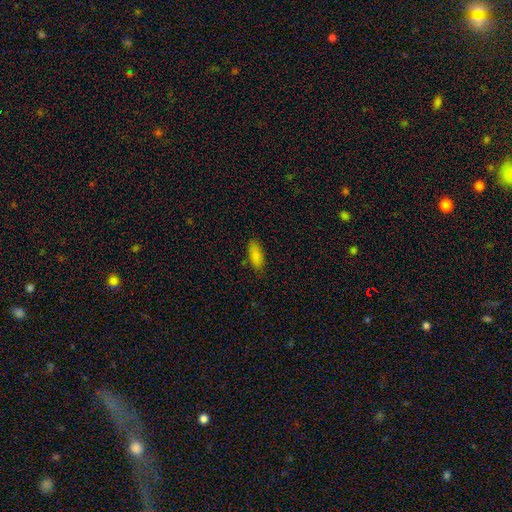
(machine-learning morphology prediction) Smooth or featured? Predicted: smooth (p=0.86). How rounded? Predicted: in between (p=0.75). Merging? Predicted: none (p=0.82).